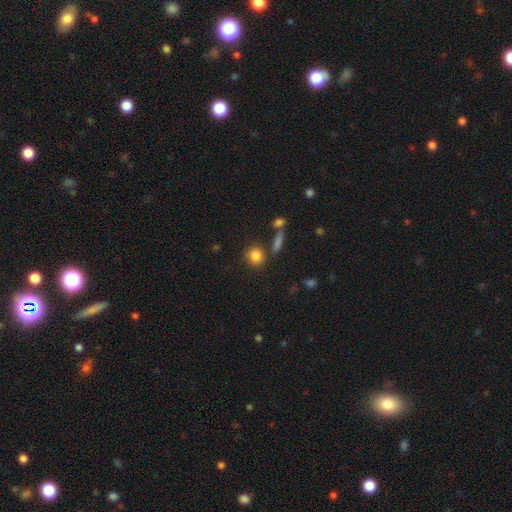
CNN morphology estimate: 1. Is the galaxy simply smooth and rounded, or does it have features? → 84% smooth, 10% star or artifact, 6% featured or disk.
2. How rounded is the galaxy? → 78% round, 20% in between, 2% cigar-shaped.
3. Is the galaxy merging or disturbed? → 77% none, 10% minor disturbance, 9% merger, 4% major disturbance.